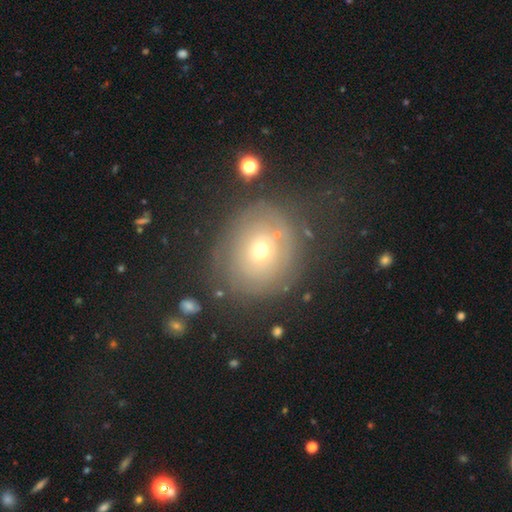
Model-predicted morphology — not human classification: smooth-or-featured: smooth: 49% | star or artifact: 28% | featured or disk: 24%
  merging: none: 75% | minor disturbance: 13% | major disturbance: 9% | merger: 3%